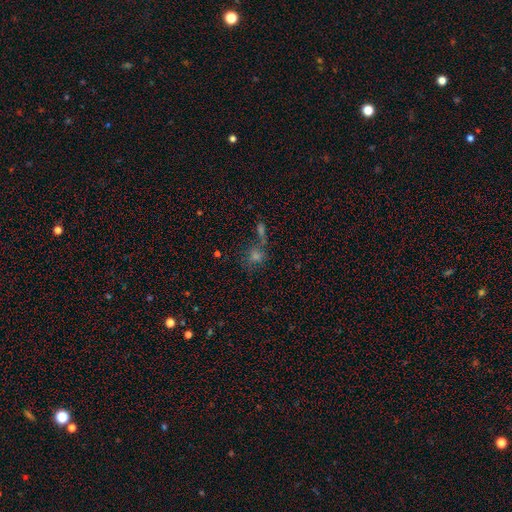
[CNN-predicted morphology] Smooth or featured: smooth — 49% (star or artifact — 32%)
Merging: none — 48% (merger — 33%)